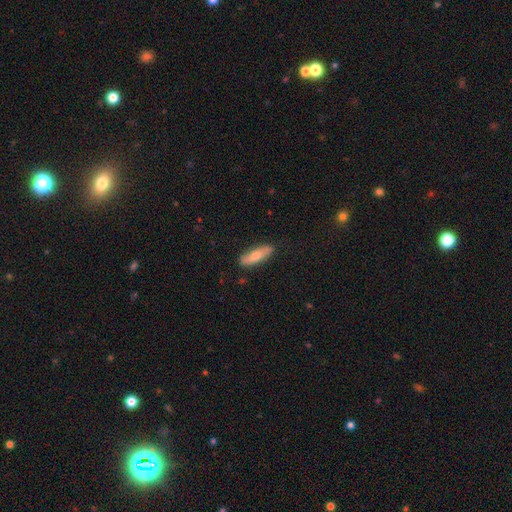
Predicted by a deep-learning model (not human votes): Smooth or featured: smooth — 62% (featured or disk — 32%)
How rounded: cigar-shaped — 55% (in between — 42%)
Merging: none — 84% (minor disturbance — 13%)